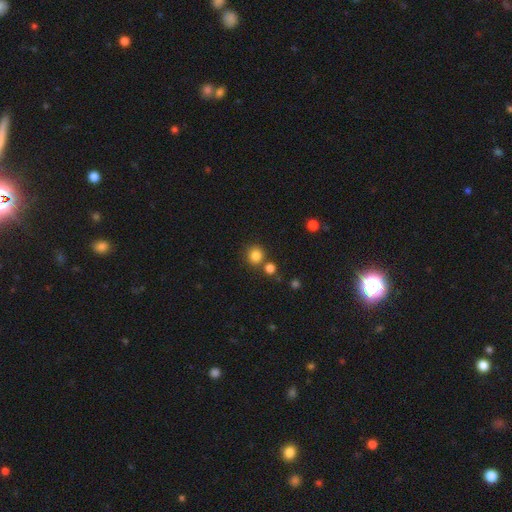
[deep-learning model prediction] A smooth galaxy with no disk features (82%) that is round (90%). Merging: none (74%).